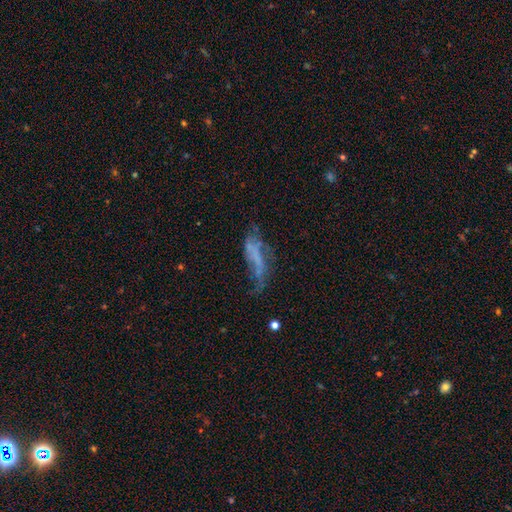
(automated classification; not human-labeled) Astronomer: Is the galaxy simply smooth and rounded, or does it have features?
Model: featured or disk — 52% (runner-up: smooth, 33%).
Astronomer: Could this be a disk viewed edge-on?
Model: no — 82%.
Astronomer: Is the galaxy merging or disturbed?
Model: major disturbance — 38% (runner-up: none, 31%).